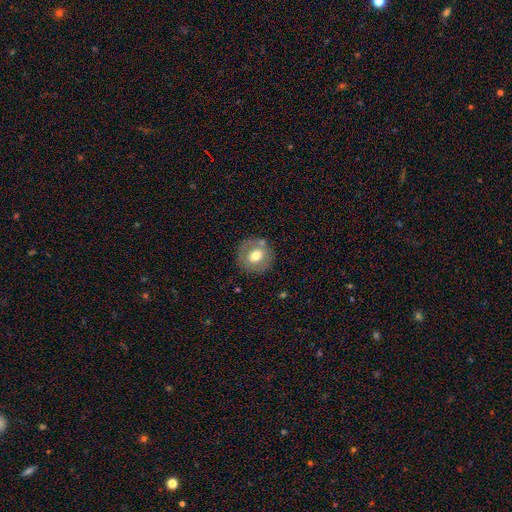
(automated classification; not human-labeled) This is possibly a smooth galaxy (59%). How rounded: clearly round (87%). Merging: clearly none (81%).